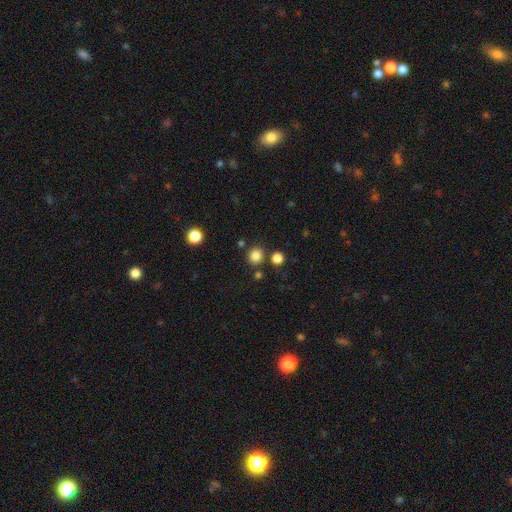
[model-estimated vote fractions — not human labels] smooth-or-featured: smooth: 83% | star or artifact: 13% | featured or disk: 4%
  how-rounded: round: 90% | in between: 9% | cigar-shaped: 1%
  merging: none: 84% | merger: 7% | minor disturbance: 7% | major disturbance: 3%